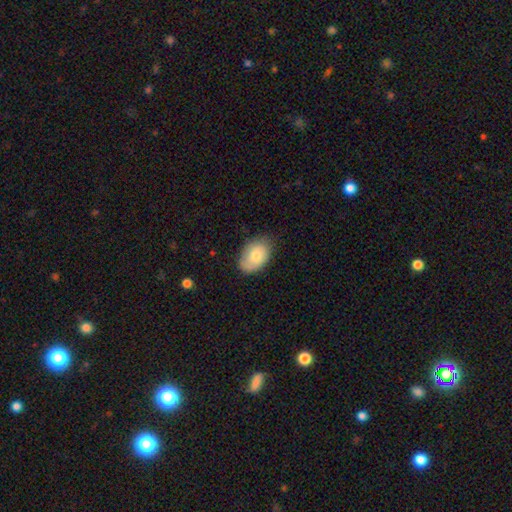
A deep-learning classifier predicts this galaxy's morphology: Overall: smooth (76%). How rounded: in between (88%). Merging: none (75%).